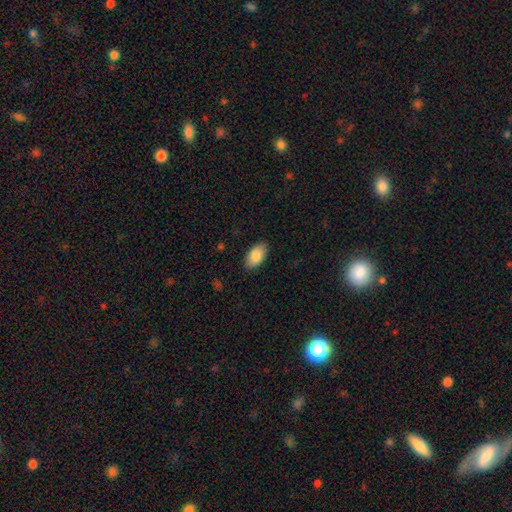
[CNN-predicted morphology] Smooth or featured? Predicted: smooth (p=0.86). How rounded? Predicted: in between (p=0.94). Merging? Predicted: none (p=0.87).